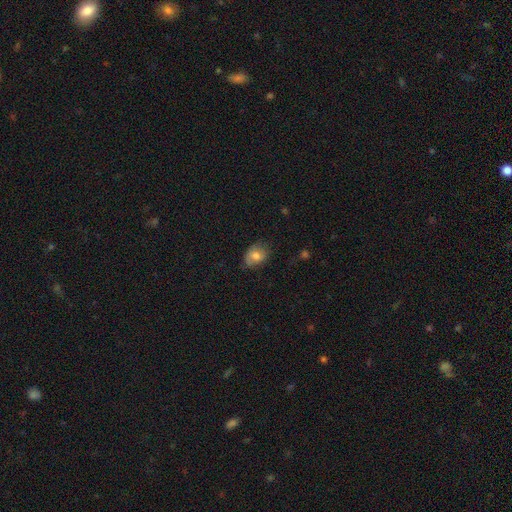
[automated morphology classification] Overall: smooth (74%). How rounded: in between (70%). Merging: none (64%; minor disturbance 27%).